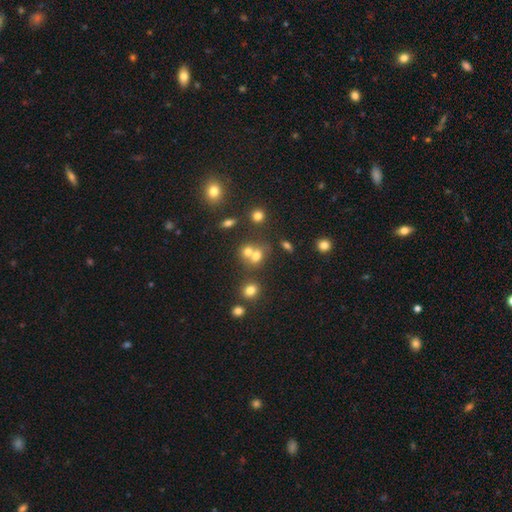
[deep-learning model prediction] Smooth or featured?
  - smooth: 66% *
  - star or artifact: 18%
  - featured or disk: 16%
How rounded?
  - round: 61% *
  - in between: 38%
  - cigar-shaped: 2%
Merging?
  - merger: 51% *
  - none: 36%
  - minor disturbance: 9%
  - major disturbance: 5%